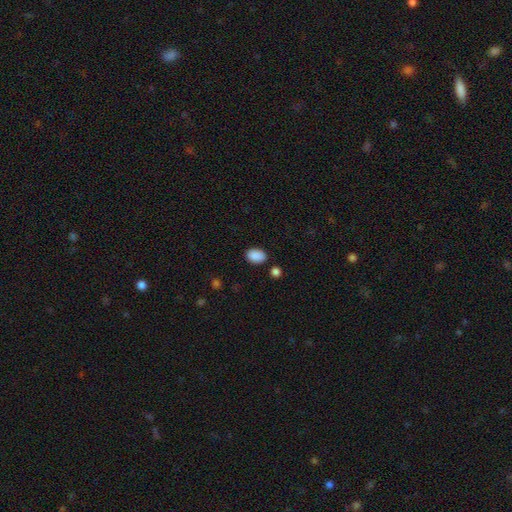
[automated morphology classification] Q: Smooth or featured?
A: smooth (89%); runner-up: star or artifact (8%)
Q: How rounded?
A: in between (85%); runner-up: round (14%)
Q: Merging?
A: none (83%); runner-up: minor disturbance (11%)